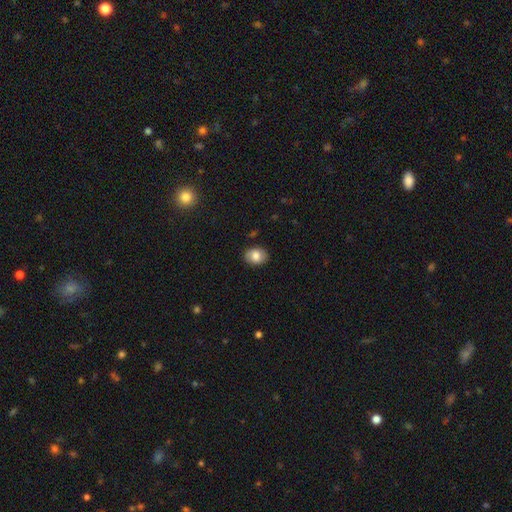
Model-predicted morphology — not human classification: type=smooth (79%); roundness=in between (66%); merging=none (85%).